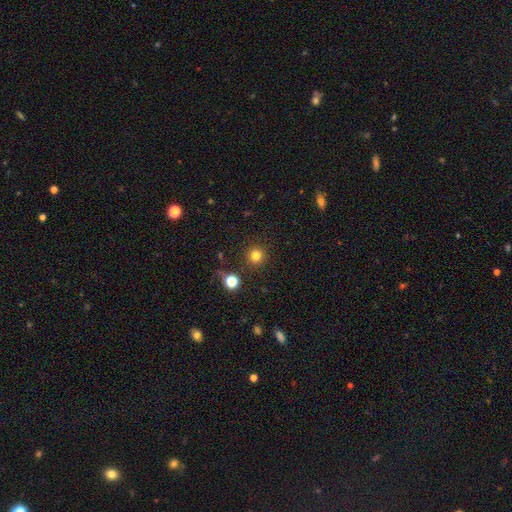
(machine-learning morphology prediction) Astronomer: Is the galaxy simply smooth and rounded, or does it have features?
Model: smooth — 80%.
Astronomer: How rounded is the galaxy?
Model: round — 95%.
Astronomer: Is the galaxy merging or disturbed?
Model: none — 90%.